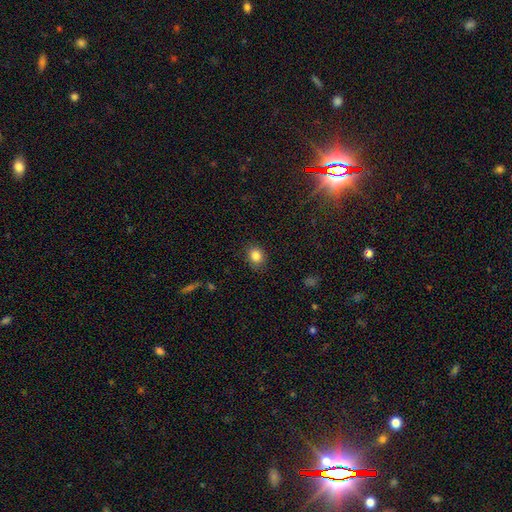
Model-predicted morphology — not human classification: smooth 85%, star or artifact 10%, featured or disk 5%. Down the decision tree: how rounded — round (64%); merging — none (85%).